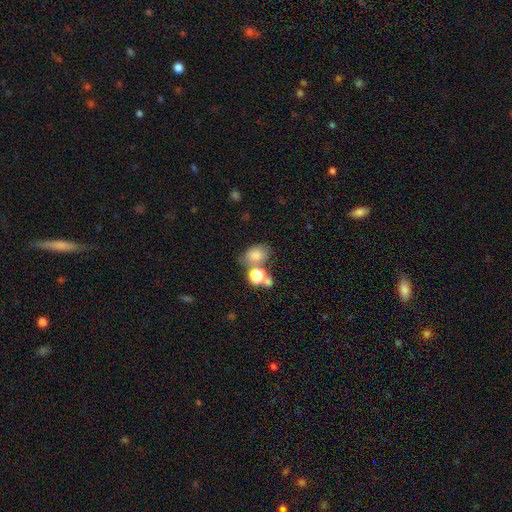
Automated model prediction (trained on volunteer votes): A smooth galaxy with no disk features (76%) that is in between round and cigar-shaped (59%). Merging: none (52%).